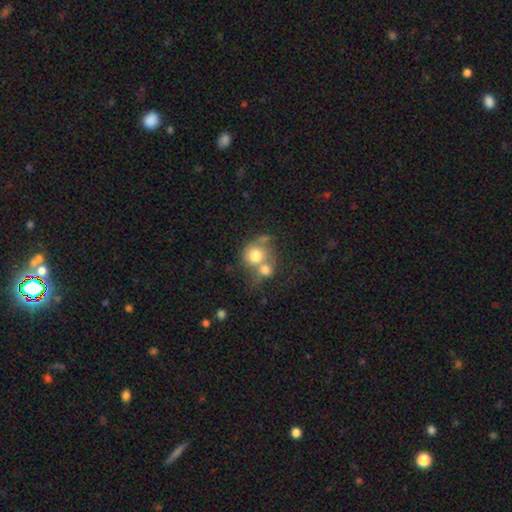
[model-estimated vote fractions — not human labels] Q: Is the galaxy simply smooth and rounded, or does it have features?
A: smooth — 72%.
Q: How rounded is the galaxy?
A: round — 78%.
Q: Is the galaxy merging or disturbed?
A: merger — 61%.